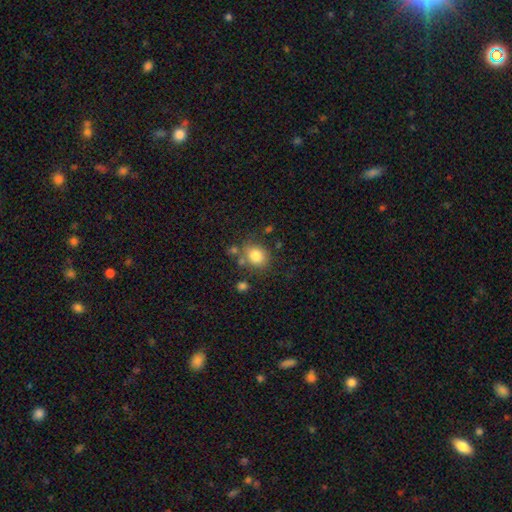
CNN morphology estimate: type=smooth (81%); roundness=round (67%); merging=none (72%).